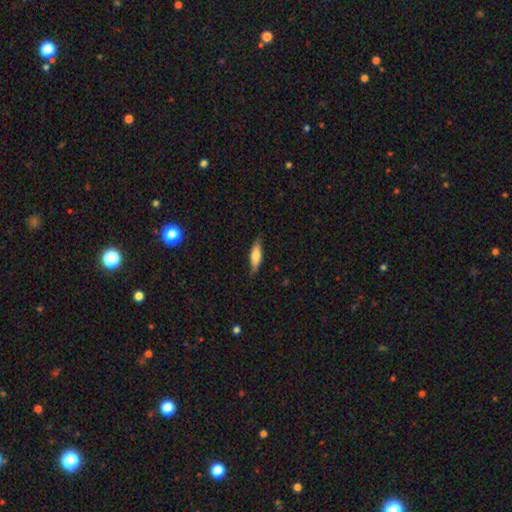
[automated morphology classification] The model was most divided on "how rounded": in between: 54%, cigar-shaped: 43%, round: 2%. More confident: merging — none (76%); smooth or featured — smooth (68%).